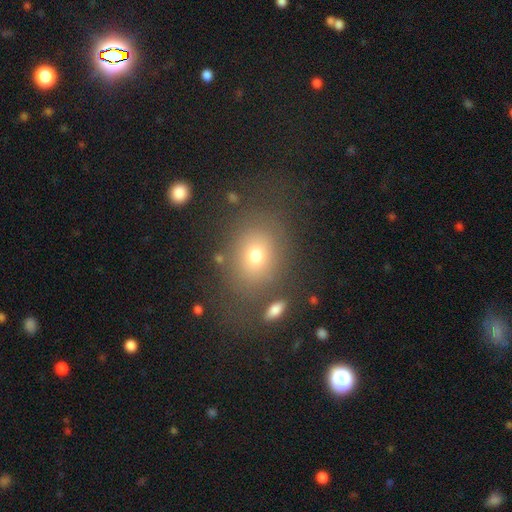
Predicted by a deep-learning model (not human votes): This is likely a smooth galaxy (70%). How rounded: possibly in between (53%). Merging: likely none (73%).